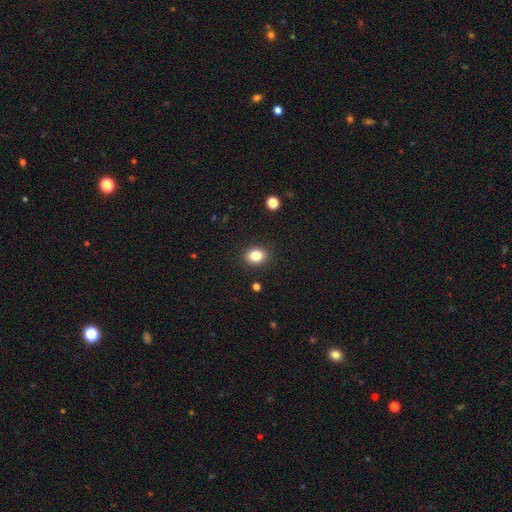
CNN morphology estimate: Q: Smooth or featured?
A: smooth (85%); runner-up: star or artifact (10%)
Q: How rounded?
A: in between (56%); runner-up: round (43%)
Q: Merging?
A: none (90%); runner-up: minor disturbance (7%)